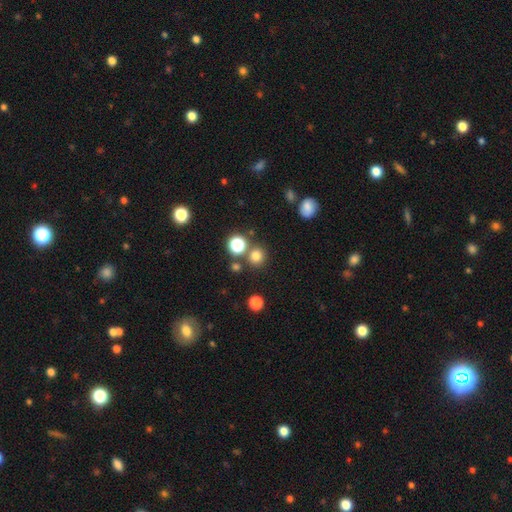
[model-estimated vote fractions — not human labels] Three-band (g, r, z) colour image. It shows a smooth galaxy with no disk features (76%) that is round (88%). Merging: none (77%).